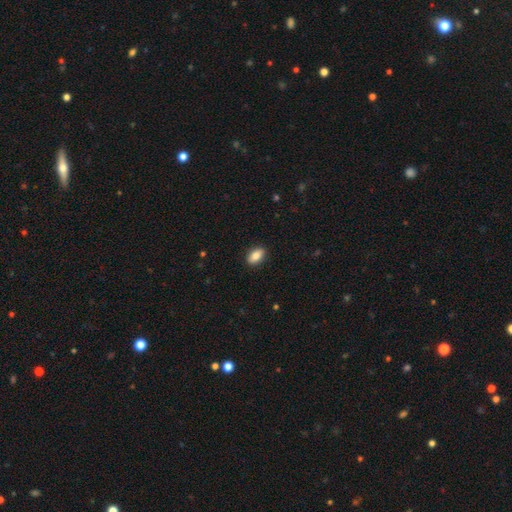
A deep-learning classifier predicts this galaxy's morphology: This appears to be a smooth galaxy with no disk features (86%) that is in between round and cigar-shaped (90%). Merging: none (90%).